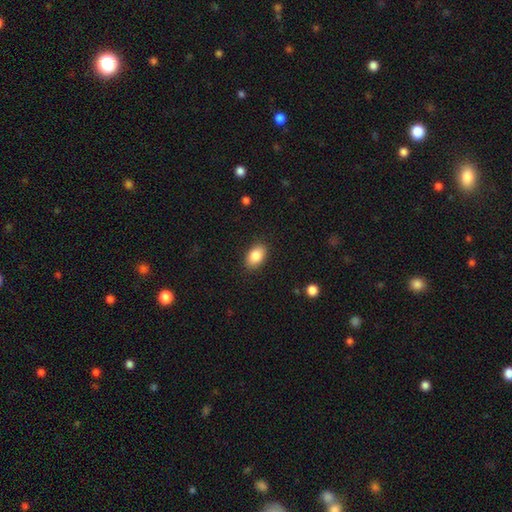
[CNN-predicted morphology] Smooth or featured? smooth (86%)
How rounded? in between (89%)
Merging? none (88%)